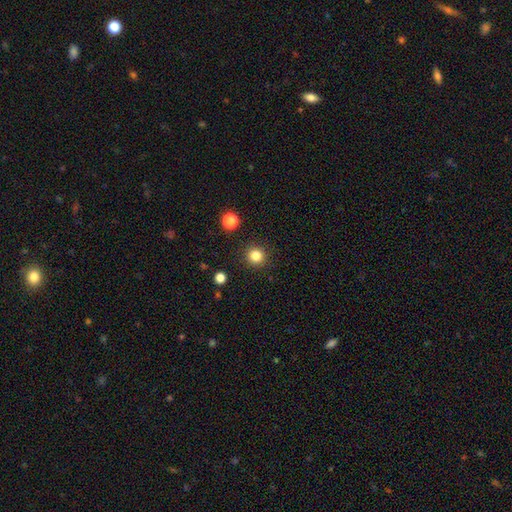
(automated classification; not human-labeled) Smooth or featured: smooth — 83% (star or artifact — 12%)
How rounded: round — 95% (in between — 4%)
Merging: none — 91% (minor disturbance — 5%)